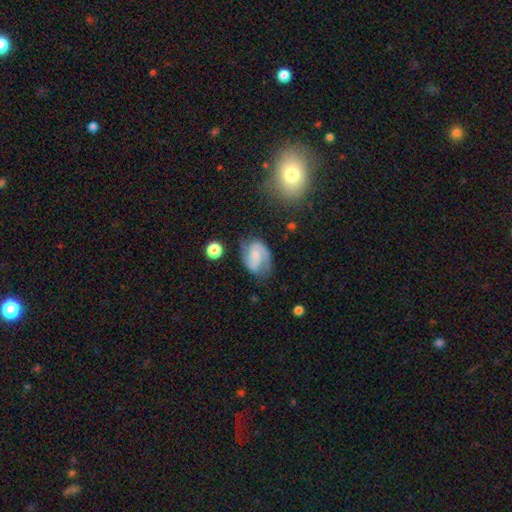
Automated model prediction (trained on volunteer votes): Q: Smooth or featured?
A: featured or disk (80%); runner-up: smooth (14%)
Q: Edge-on disk?
A: no (98%); runner-up: yes (2%)
Q: Bar?
A: weak (45%); runner-up: no (41%)
Q: Spiral arms?
A: yes (95%); runner-up: no (5%)
Q: Spiral winding?
A: medium (52%); runner-up: loose (24%)
Q: Spiral arm count?
A: 2 (89%); runner-up: can't tell (5%)
Q: Bulge size?
A: small (52%); runner-up: moderate (33%)
Q: Merging?
A: none (71%); runner-up: minor disturbance (19%)